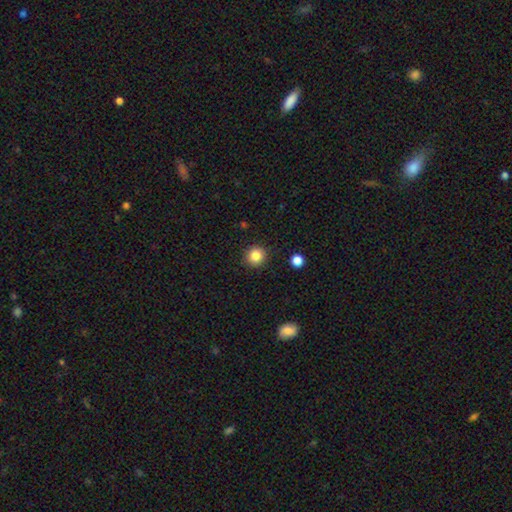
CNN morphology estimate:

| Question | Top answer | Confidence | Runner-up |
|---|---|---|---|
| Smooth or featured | smooth | 84% | star or artifact (11%) |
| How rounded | round | 91% | in between (8%) |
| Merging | none | 90% | minor disturbance (7%) |